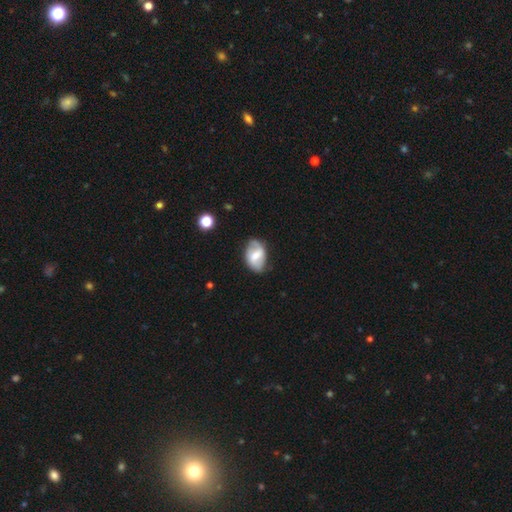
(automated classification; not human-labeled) The model was most divided on "bar": weak: 48%, strong: 33%, no: 20%. More confident: edge-on disk — no (96%); spiral arms — yes (74%); merging — none (70%); smooth or featured — featured or disk (58%); bulge size — moderate (54%).